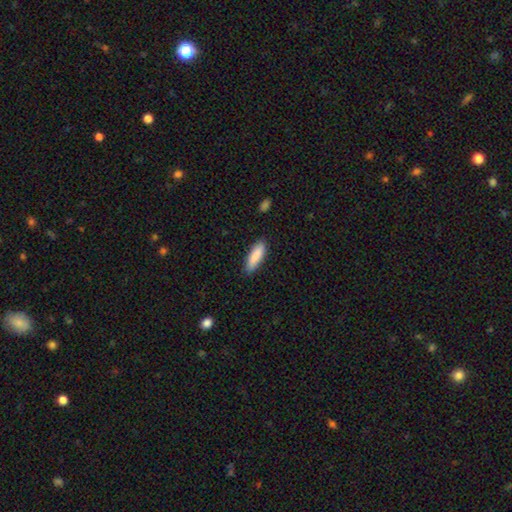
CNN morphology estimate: Smooth or featured?
  - smooth: 87% *
  - featured or disk: 7%
  - star or artifact: 6%
How rounded?
  - cigar-shaped: 56% *
  - in between: 43%
  - round: 1%
Merging?
  - none: 87% *
  - minor disturbance: 10%
  - major disturbance: 2%
  - merger: 1%